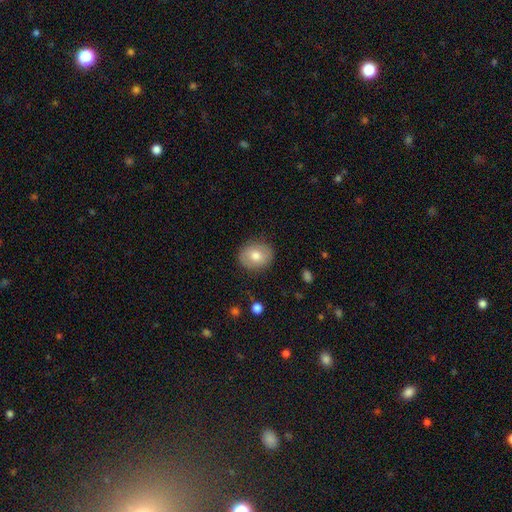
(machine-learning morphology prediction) Smooth or featured?
  - smooth: 75% *
  - featured or disk: 18%
  - star or artifact: 8%
How rounded?
  - round: 64% *
  - in between: 35%
  - cigar-shaped: 1%
Merging?
  - none: 86% *
  - minor disturbance: 10%
  - major disturbance: 3%
  - merger: 1%